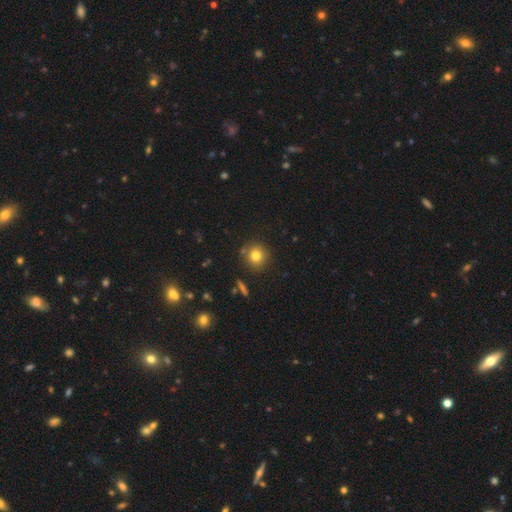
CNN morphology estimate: A smooth galaxy with no disk features (79%) that is round (92%). Merging: none (85%).